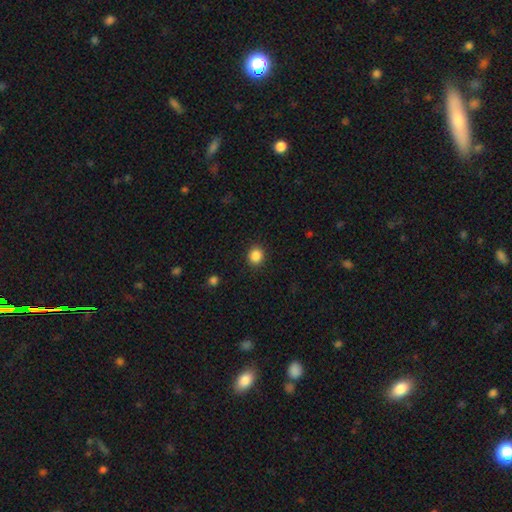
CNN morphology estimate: type=smooth (86%); roundness=round (80%); merging=none (90%).